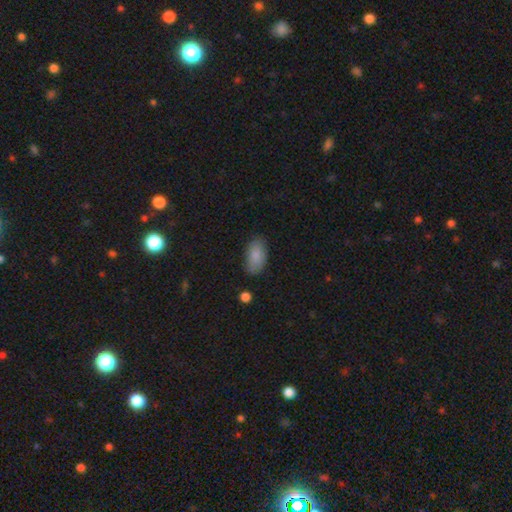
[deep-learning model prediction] Morphology: type=smooth (86%); roundness=in between (94%); merging=none (81%).